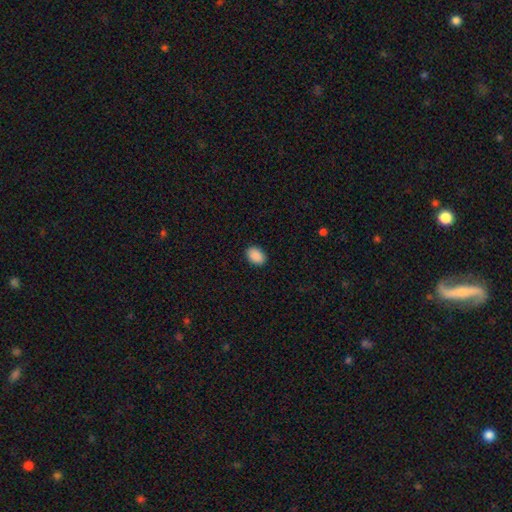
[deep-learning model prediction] A smooth galaxy with no disk features (90%) that is in between round and cigar-shaped (77%). Merging: none (90%).